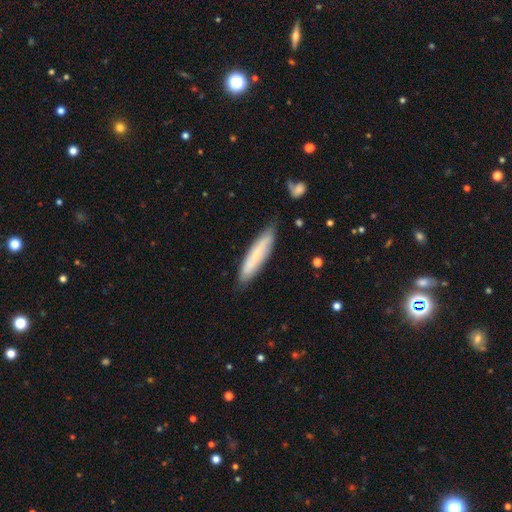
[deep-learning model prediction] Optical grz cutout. It shows a smooth galaxy with no disk features (61%) that is cigar-shaped (83%). Merging: none (80%).